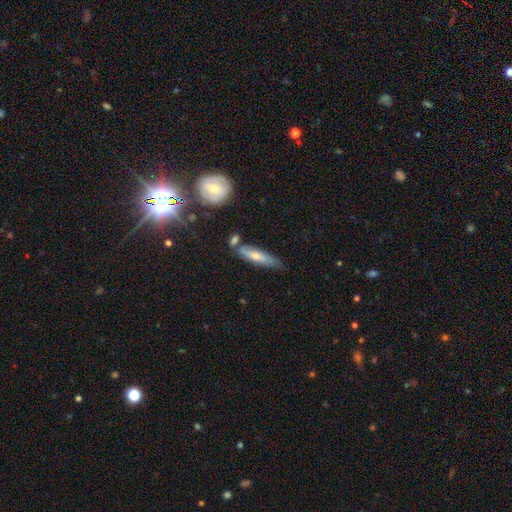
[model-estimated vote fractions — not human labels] smooth-or-featured: smooth: 55% | featured or disk: 38% | star or artifact: 7%
  how-rounded: cigar-shaped: 70% | in between: 28% | round: 2%
  merging: none: 57% | minor disturbance: 27% | merger: 11% | major disturbance: 6%